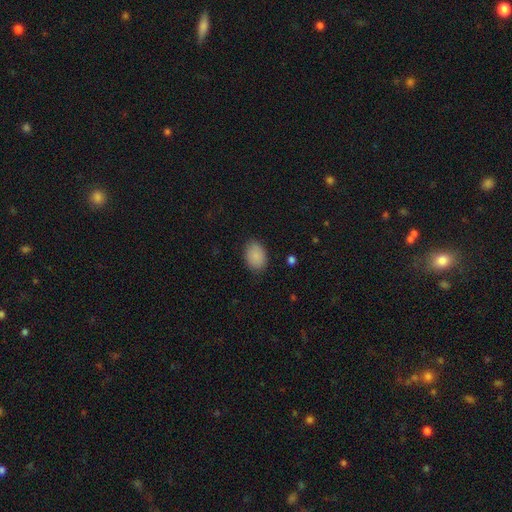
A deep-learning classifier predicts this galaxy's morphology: This appears to be a smooth galaxy with no disk features (88%) that is in between round and cigar-shaped (77%). Merging: none (84%).